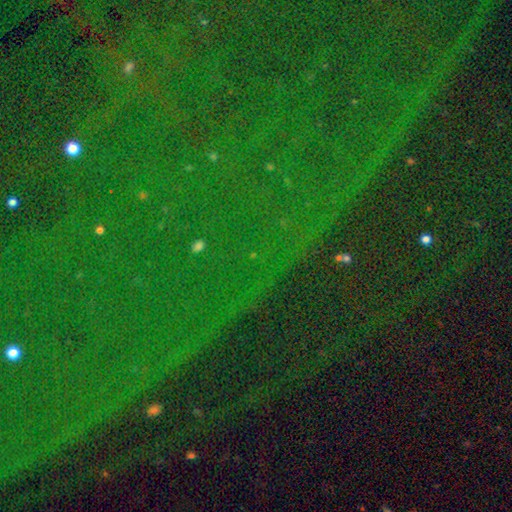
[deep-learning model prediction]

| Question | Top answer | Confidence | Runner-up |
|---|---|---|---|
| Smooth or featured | star or artifact | 85% | smooth (8%) |